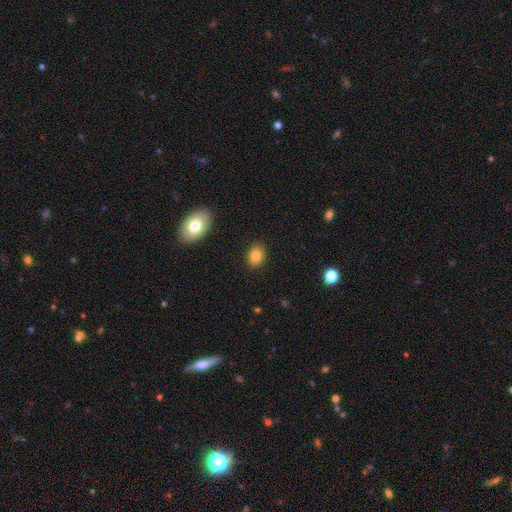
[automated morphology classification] Overall: smooth (81%). How rounded: in between (71%). Merging: none (88%).